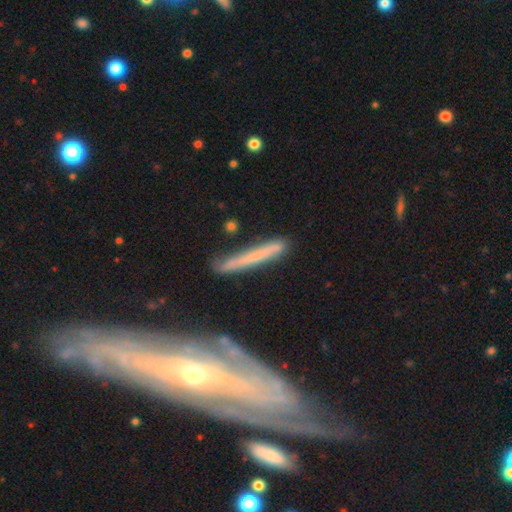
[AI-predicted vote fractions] Smooth or featured? Predicted: featured or disk (p=0.47). Merging? Predicted: none (p=0.75).